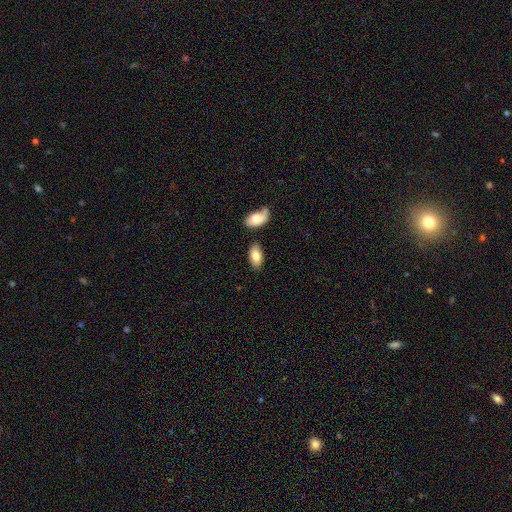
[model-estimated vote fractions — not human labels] Smooth or featured? smooth (81%)
How rounded? in between (93%)
Merging? none (78%)